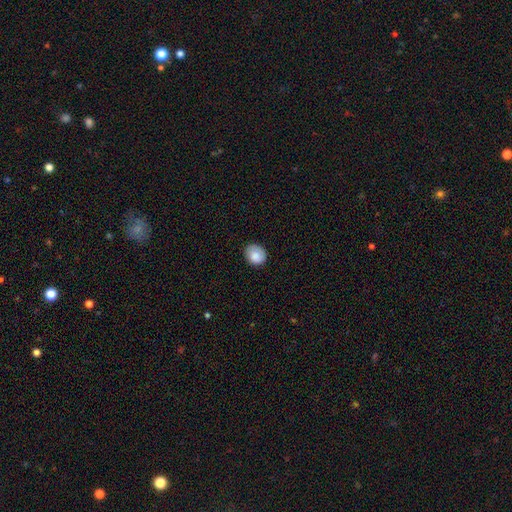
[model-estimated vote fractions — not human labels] This is clearly a smooth galaxy (84%). How rounded: likely round (70%). Merging: likely none (80%).